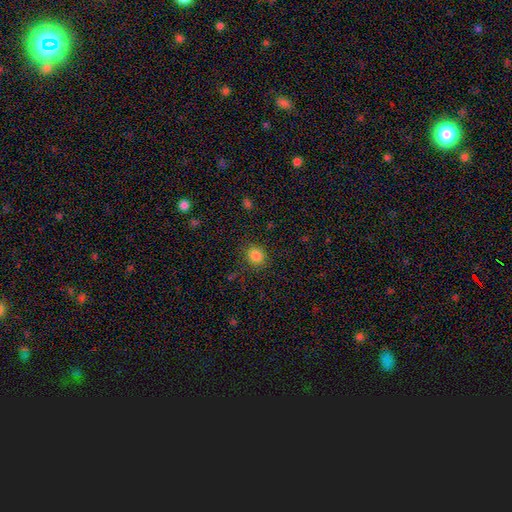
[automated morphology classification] Smooth or featured?
  - smooth: 84% *
  - star or artifact: 12%
  - featured or disk: 5%
How rounded?
  - round: 79% *
  - in between: 20%
  - cigar-shaped: 1%
Merging?
  - none: 86% *
  - minor disturbance: 9%
  - major disturbance: 3%
  - merger: 1%